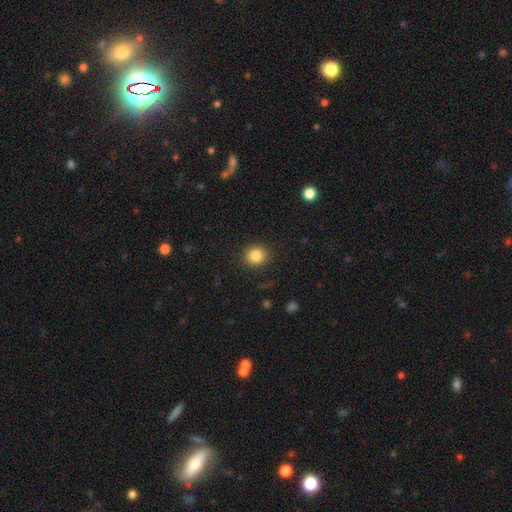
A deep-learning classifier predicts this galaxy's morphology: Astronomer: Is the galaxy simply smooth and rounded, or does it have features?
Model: smooth — 84%.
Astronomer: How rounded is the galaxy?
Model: round — 86%.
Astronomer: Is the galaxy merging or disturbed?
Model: none — 90%.